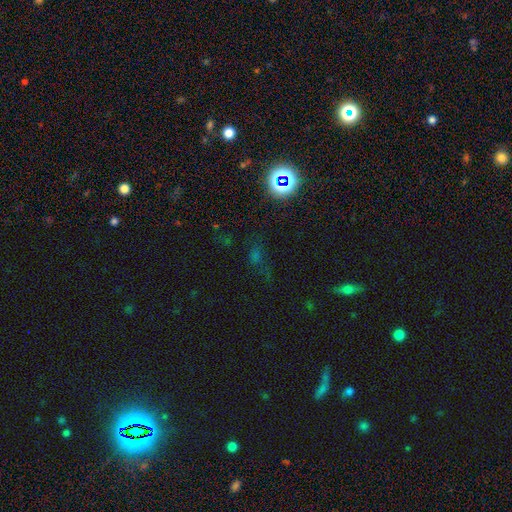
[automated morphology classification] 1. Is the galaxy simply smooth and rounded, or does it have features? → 58% star or artifact, 29% smooth, 13% featured or disk.